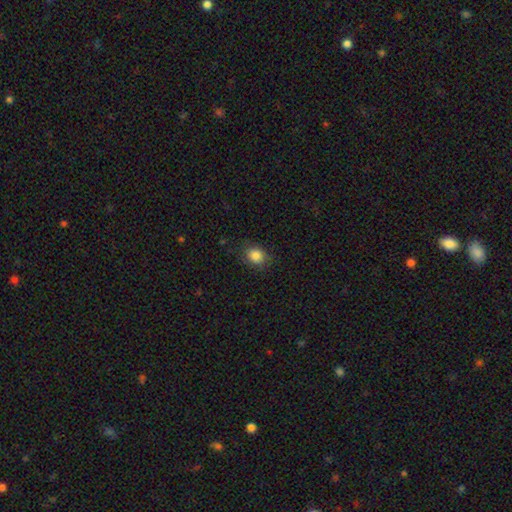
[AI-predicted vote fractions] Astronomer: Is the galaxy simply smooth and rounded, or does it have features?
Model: smooth — 84%.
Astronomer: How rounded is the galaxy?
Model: round — 60% (runner-up: in between, 39%).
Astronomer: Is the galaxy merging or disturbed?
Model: none — 81%.